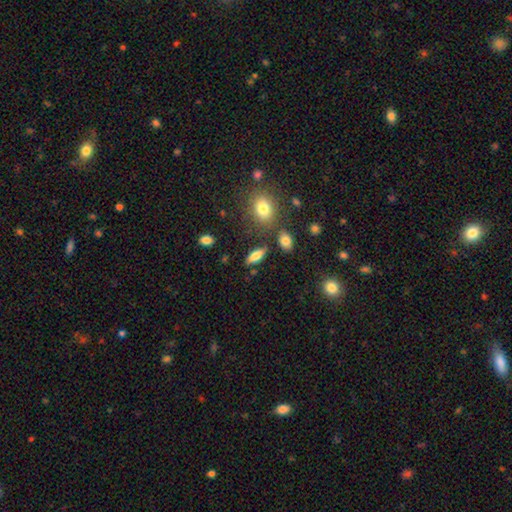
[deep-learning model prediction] Smooth or featured?
  - smooth: 67% *
  - featured or disk: 23%
  - star or artifact: 9%
How rounded?
  - in between: 66% *
  - cigar-shaped: 29%
  - round: 5%
Merging?
  - none: 79% *
  - minor disturbance: 11%
  - merger: 6%
  - major disturbance: 4%